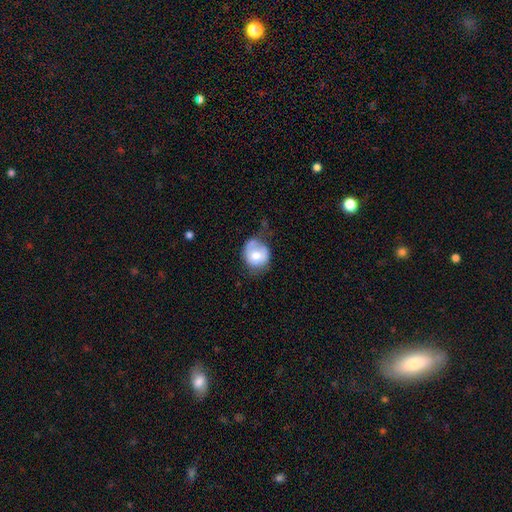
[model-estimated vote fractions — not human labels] Smooth or featured? Predicted: smooth (p=0.59). How rounded? Predicted: round (p=0.68). Merging? Predicted: none (p=0.43).